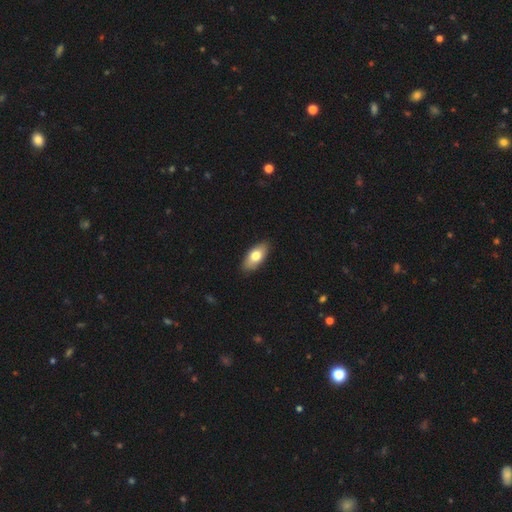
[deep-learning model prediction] Morphology: type=smooth (74%); roundness=in between (89%); merging=none (88%).